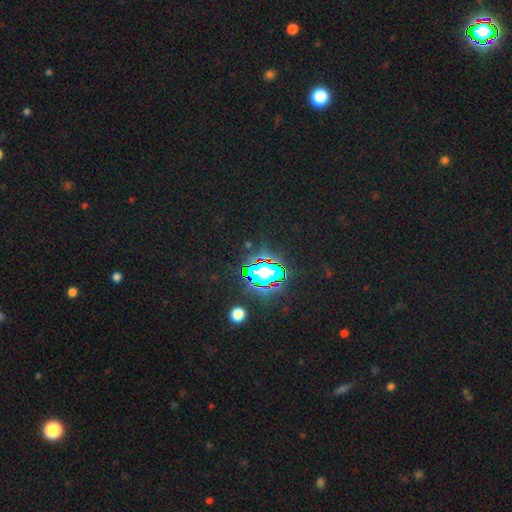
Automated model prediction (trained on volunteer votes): star or artifact 82%, smooth 11%, featured or disk 6%.